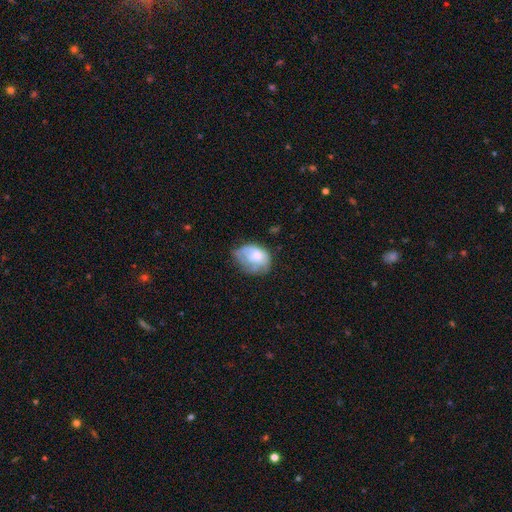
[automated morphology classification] type=smooth (59%); roundness=in between (71%); merging=minor disturbance (37%).